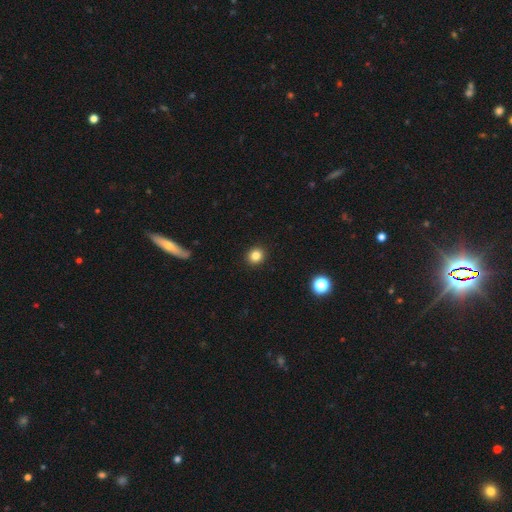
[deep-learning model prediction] A smooth galaxy with no disk features (83%) that is round (86%).

Vote fractions:
- Smooth or featured? smooth: 83% / star or artifact: 12% / featured or disk: 5%
- How rounded? round: 86% / in between: 13% / cigar-shaped: 1%
- Merging? none: 93% / minor disturbance: 5% / major disturbance: 2% / merger: 1%